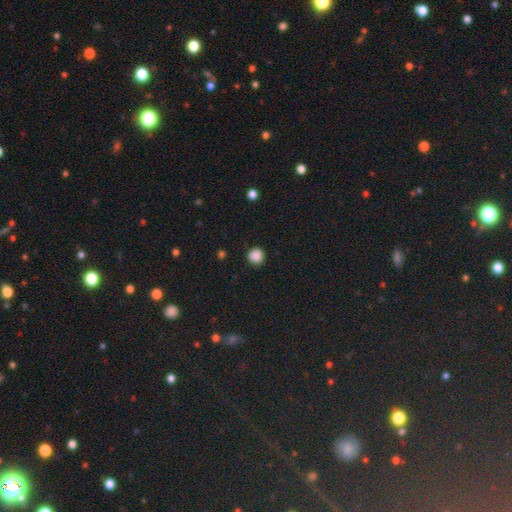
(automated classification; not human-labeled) Smooth or featured?
  - smooth: 87% *
  - star or artifact: 10%
  - featured or disk: 3%
How rounded?
  - round: 94% *
  - in between: 5%
  - cigar-shaped: 1%
Merging?
  - none: 89% *
  - minor disturbance: 8%
  - major disturbance: 2%
  - merger: 1%